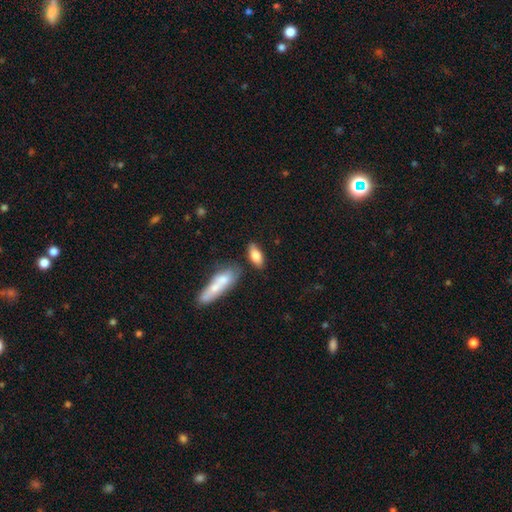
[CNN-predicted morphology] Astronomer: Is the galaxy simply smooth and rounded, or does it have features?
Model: smooth — 79%.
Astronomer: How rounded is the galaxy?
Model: in between — 81%.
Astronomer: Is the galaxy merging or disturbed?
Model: none — 67%.